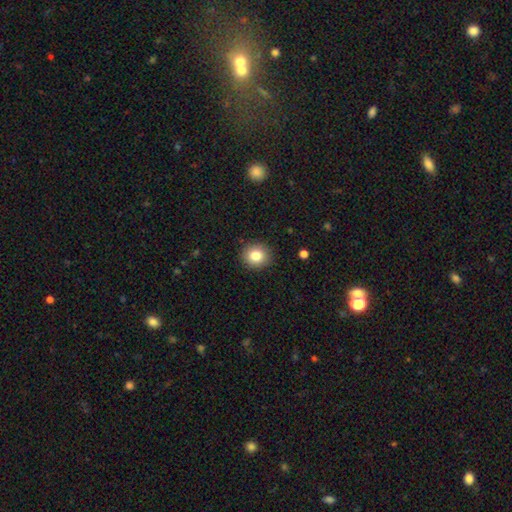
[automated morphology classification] smooth 82%, star or artifact 10%, featured or disk 8%. Down the decision tree: how rounded — round (85%); merging — none (90%).